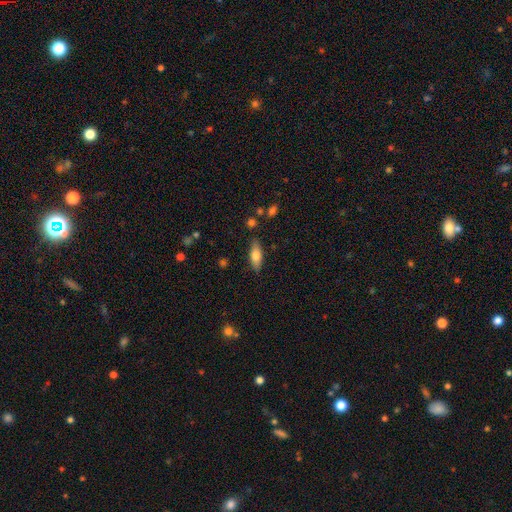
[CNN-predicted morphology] A smooth galaxy with no disk features (71%) that is in between round and cigar-shaped (70%).

Vote fractions:
- Smooth or featured? smooth: 71% / featured or disk: 23% / star or artifact: 7%
- How rounded? in between: 70% / cigar-shaped: 28% / round: 3%
- Merging? none: 82% / minor disturbance: 13% / major disturbance: 3% / merger: 2%